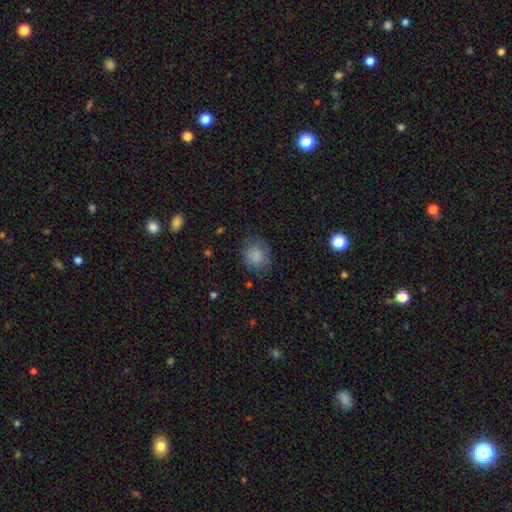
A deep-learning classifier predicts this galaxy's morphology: The model was most divided on "how rounded": round: 63%, in between: 36%, cigar-shaped: 1%. More confident: smooth or featured — smooth (83%); merging — none (71%).